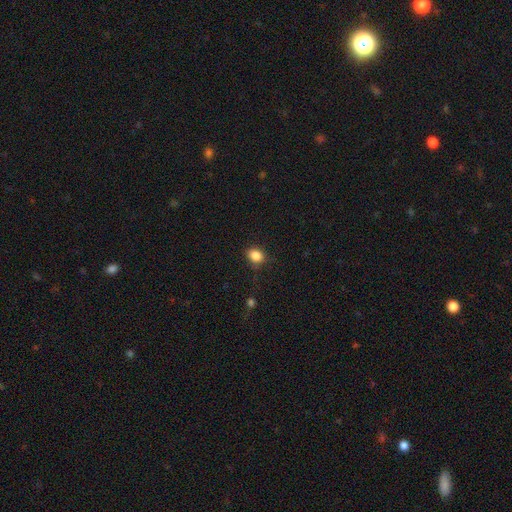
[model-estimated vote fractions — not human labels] The model was most divided on "how rounded": in between: 50%, round: 49%, cigar-shaped: 1%. More confident: smooth or featured — smooth (86%); merging — none (83%).